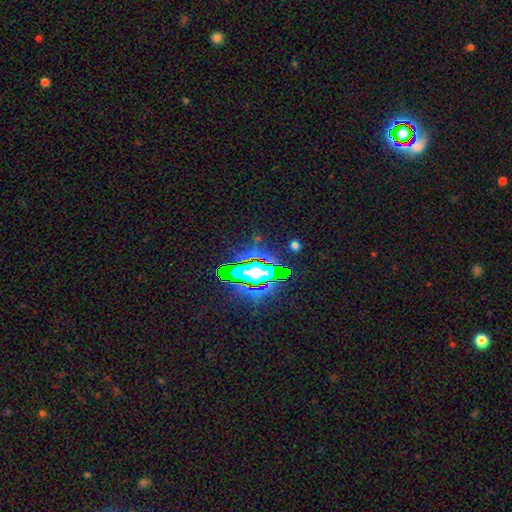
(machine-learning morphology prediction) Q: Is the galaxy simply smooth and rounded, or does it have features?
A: star or artifact — 81%.